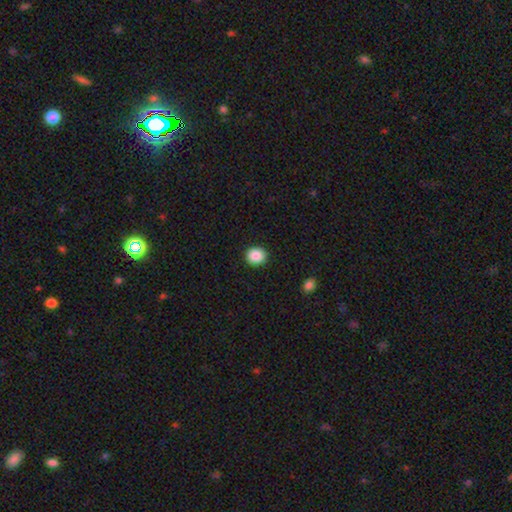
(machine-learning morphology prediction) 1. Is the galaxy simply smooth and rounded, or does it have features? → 88% smooth, 9% star or artifact, 3% featured or disk.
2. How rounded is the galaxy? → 82% round, 18% in between, 1% cigar-shaped.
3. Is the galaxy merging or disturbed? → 92% none, 5% minor disturbance, 2% major disturbance, 1% merger.